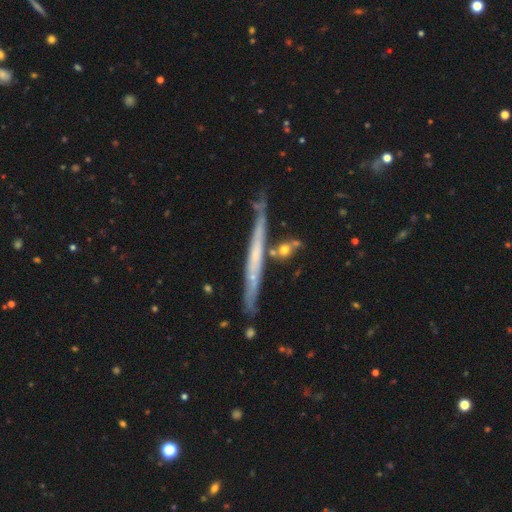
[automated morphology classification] Smooth or featured?
  - featured or disk: 66% *
  - smooth: 28%
  - star or artifact: 6%
Edge-on disk?
  - yes: 95% *
  - no: 5%
Edge-on bulge?
  - none: 79% *
  - rounded: 17%
  - boxy: 5%
Merging?
  - none: 80% *
  - minor disturbance: 13%
  - merger: 5%
  - major disturbance: 2%